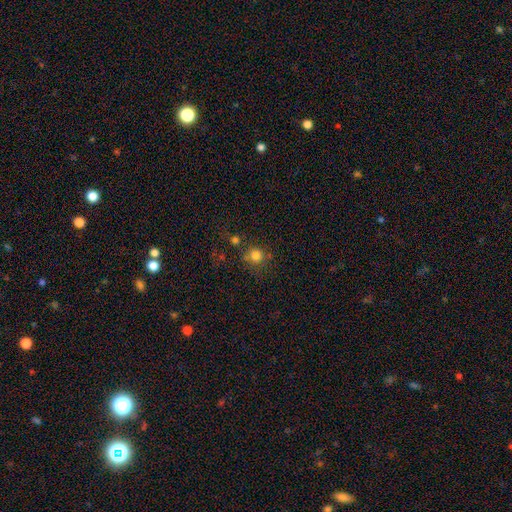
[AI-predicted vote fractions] Smooth or featured?
  - smooth: 79% *
  - star or artifact: 15%
  - featured or disk: 7%
How rounded?
  - round: 92% *
  - in between: 7%
  - cigar-shaped: 1%
Merging?
  - none: 69% *
  - merger: 14%
  - minor disturbance: 11%
  - major disturbance: 5%